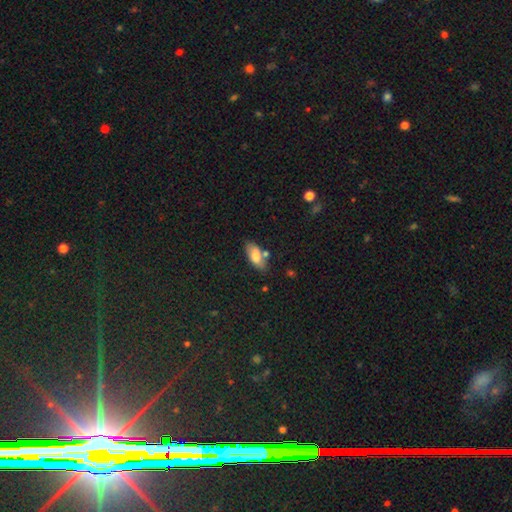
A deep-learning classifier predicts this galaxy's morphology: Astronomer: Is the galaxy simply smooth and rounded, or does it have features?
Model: smooth — 76%.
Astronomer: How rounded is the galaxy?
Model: in between — 84%.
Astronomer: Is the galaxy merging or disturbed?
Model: none — 68%.